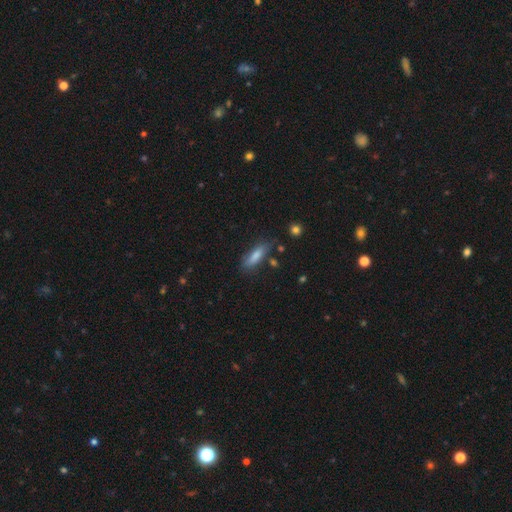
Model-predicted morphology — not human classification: Smooth or featured? Predicted: smooth (p=0.80). How rounded? Predicted: cigar-shaped (p=0.51). Merging? Predicted: none (p=0.72).